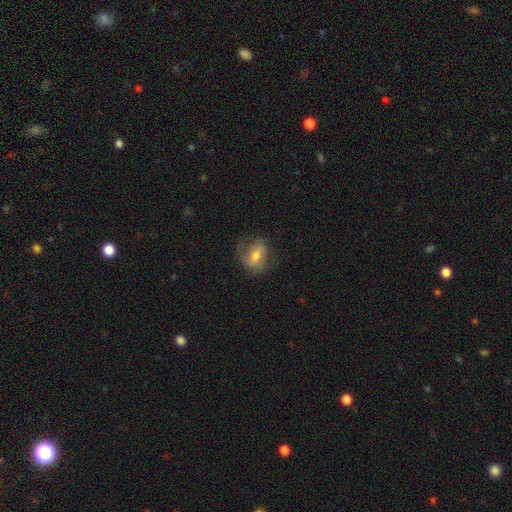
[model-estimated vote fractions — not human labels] smooth-or-featured: smooth: 50% | featured or disk: 41% | star or artifact: 9%
  merging: none: 61% | minor disturbance: 23% | major disturbance: 14% | merger: 1%